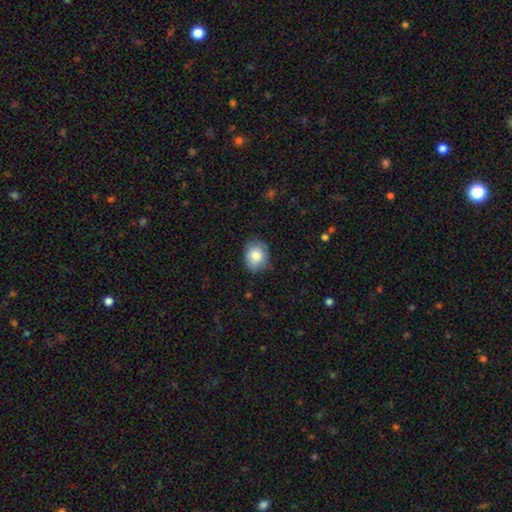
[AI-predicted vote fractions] smooth-or-featured: smooth: 83% | featured or disk: 10% | star or artifact: 8%
  how-rounded: round: 54% | in between: 45% | cigar-shaped: 1%
  merging: none: 77% | minor disturbance: 18% | major disturbance: 3% | merger: 1%